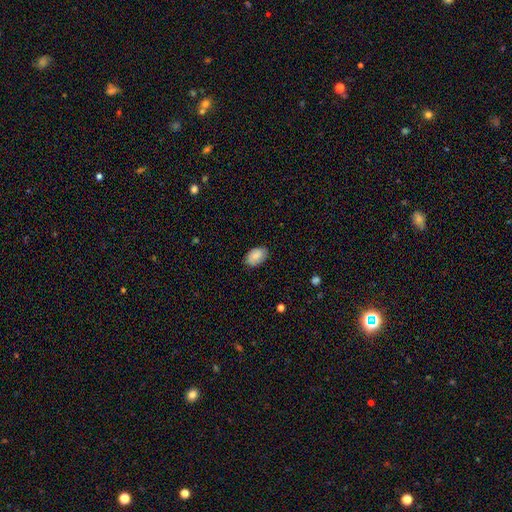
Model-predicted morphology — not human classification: smooth_or_featured: smooth (p=0.83) [alt: featured or disk p=0.10]
how_rounded: in between (p=0.91) [alt: round p=0.08]
merging: none (p=0.84) [alt: minor disturbance p=0.13]